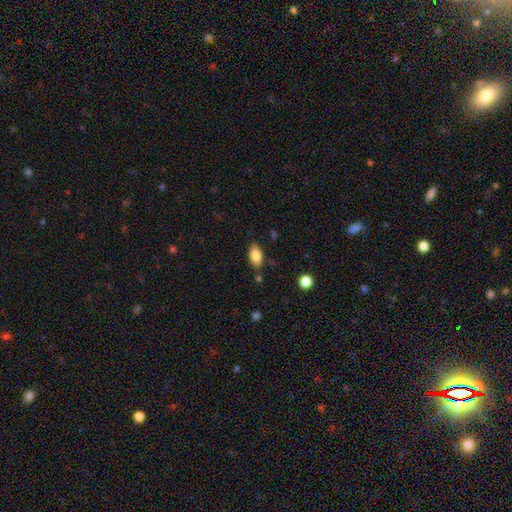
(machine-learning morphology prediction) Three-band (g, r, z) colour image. It shows a smooth galaxy with no disk features (82%) that is in between round and cigar-shaped (91%). Merging: none (80%).